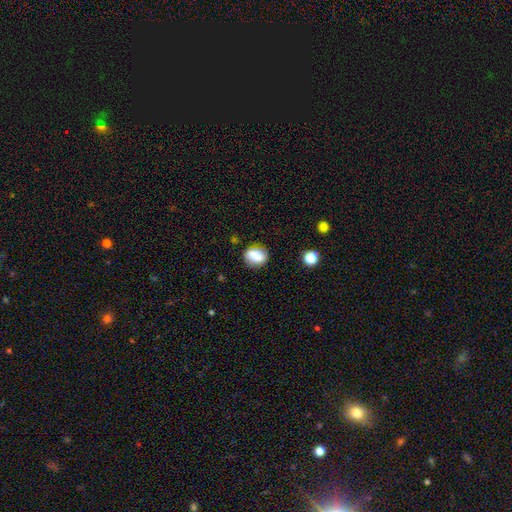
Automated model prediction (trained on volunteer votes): Morphology: type=smooth (70%); roundness=round (51%); merging=none (81%).